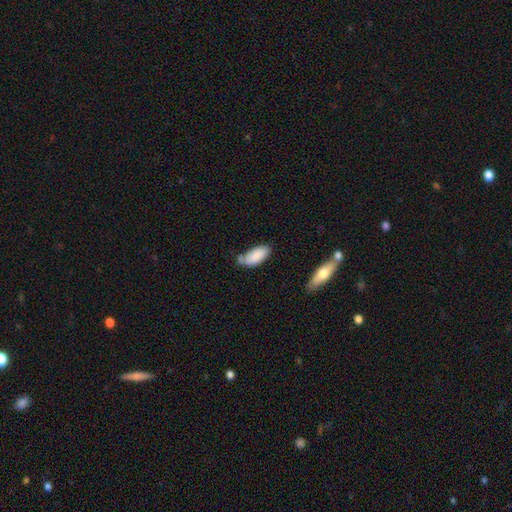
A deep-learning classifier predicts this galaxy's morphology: Q: Smooth or featured?
A: smooth (87%); runner-up: featured or disk (7%)
Q: How rounded?
A: in between (90%); runner-up: cigar-shaped (9%)
Q: Merging?
A: none (56%); runner-up: minor disturbance (25%)